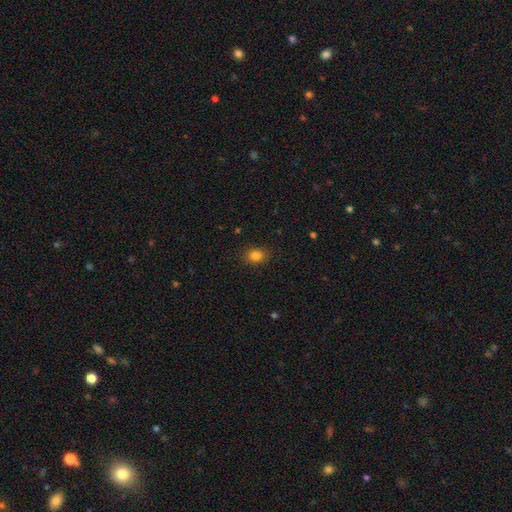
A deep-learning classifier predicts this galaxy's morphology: This appears to be a smooth galaxy with no disk features (83%) that is in between round and cigar-shaped (52%). Merging: none (87%).